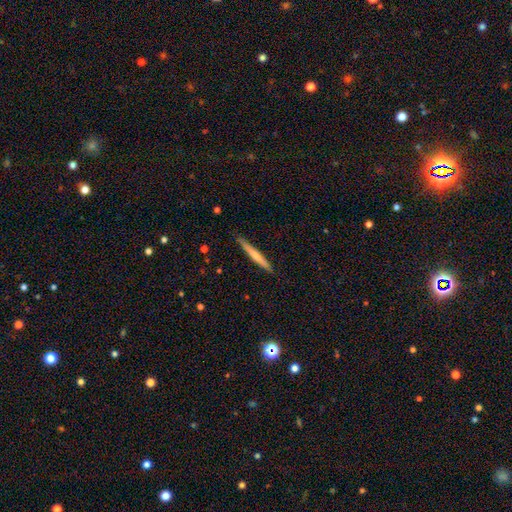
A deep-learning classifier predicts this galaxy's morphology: Smooth or featured? Predicted: smooth (p=0.53). How rounded? Predicted: cigar-shaped (p=0.96). Merging? Predicted: none (p=0.89).